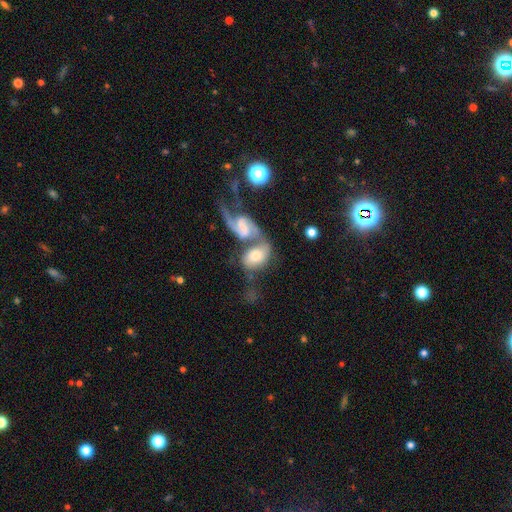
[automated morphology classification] Q: Smooth or featured?
A: featured or disk (49%); runner-up: smooth (43%)
Q: Merging?
A: merger (62%); runner-up: none (20%)